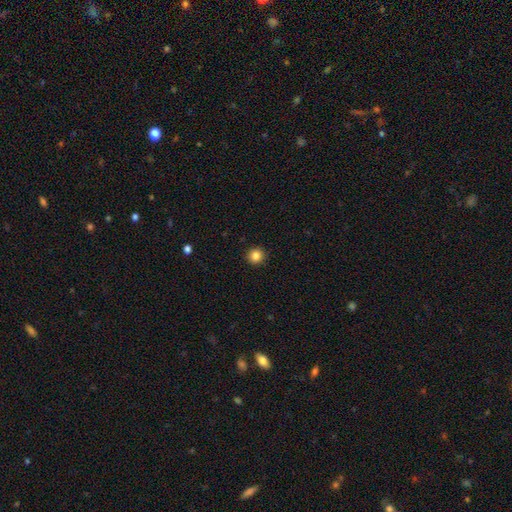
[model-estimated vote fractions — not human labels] The model was most divided on "smooth or featured": smooth: 85%, star or artifact: 11%, featured or disk: 5%. More confident: how rounded — round (93%); merging — none (93%).